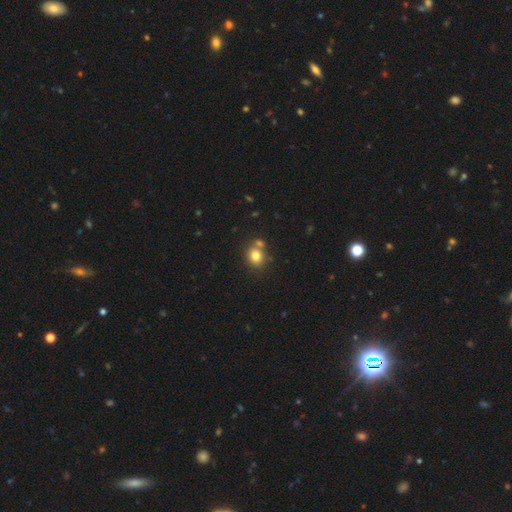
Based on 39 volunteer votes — A smooth galaxy with no disk features (87%) that is round (85%). Merging: none (68%).